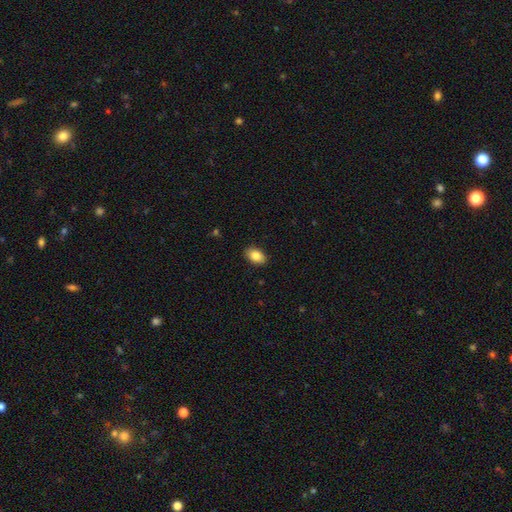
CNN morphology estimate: Overall: smooth (85%). How rounded: in between (88%). Merging: none (89%).